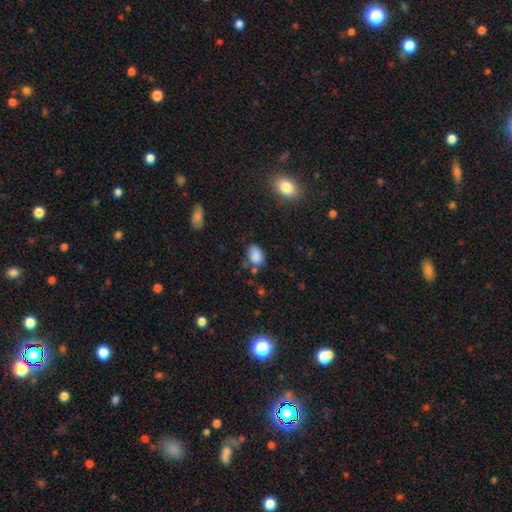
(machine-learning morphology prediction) The model was most divided on "merging": none: 68%, minor disturbance: 21%, merger: 6%, major disturbance: 5%. More confident: smooth or featured — smooth (86%); how rounded — in between (83%).